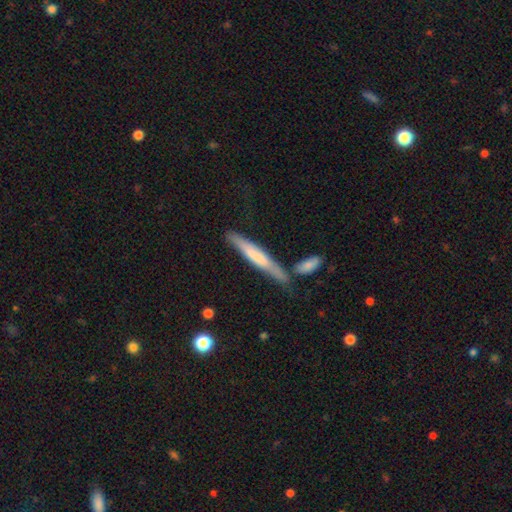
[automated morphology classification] This is possibly a smooth galaxy (53%). How rounded: clearly cigar-shaped (93%). Merging: likely none (65%).